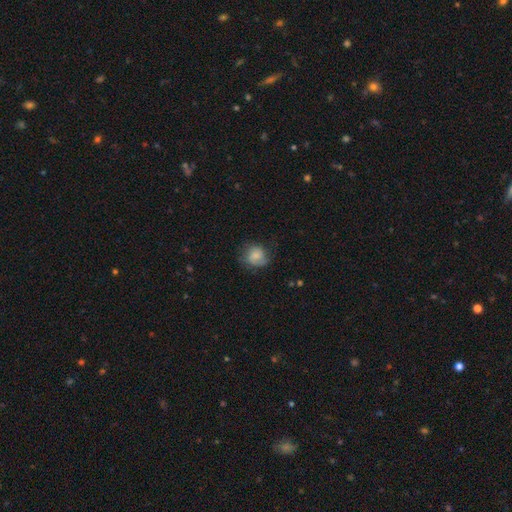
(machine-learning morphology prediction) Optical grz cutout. It shows a smooth galaxy with no disk features (70%) that is round (73%). Merging: none (58%).